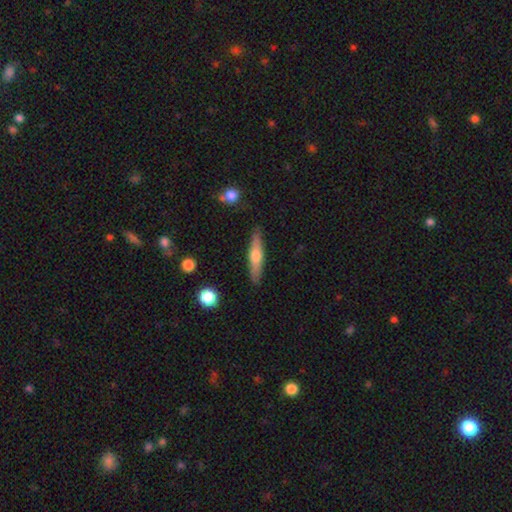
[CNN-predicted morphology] A smooth galaxy with no disk features (49%).

Vote fractions:
- Smooth or featured? smooth: 49% / featured or disk: 45% / star or artifact: 6%
- Merging? none: 86% / minor disturbance: 10% / major disturbance: 2% / merger: 2%